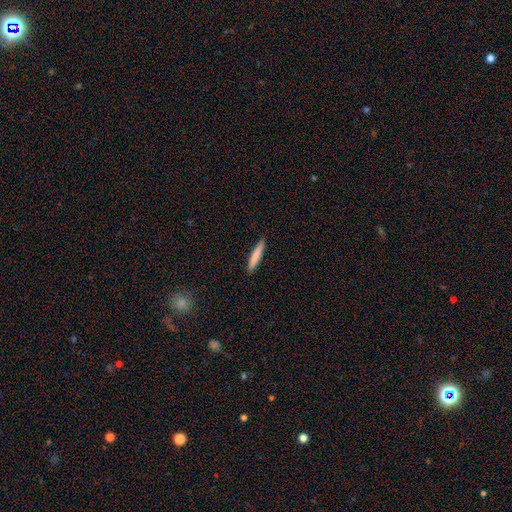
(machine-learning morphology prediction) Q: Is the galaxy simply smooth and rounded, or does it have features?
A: smooth — 80%.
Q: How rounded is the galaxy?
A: cigar-shaped — 93%.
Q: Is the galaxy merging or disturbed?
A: none — 90%.